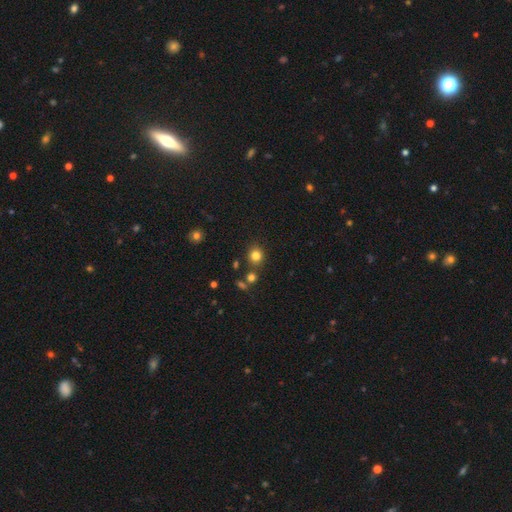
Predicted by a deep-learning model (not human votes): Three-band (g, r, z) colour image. It shows a smooth galaxy with no disk features (81%) that is round (84%). Merging: none (80%).